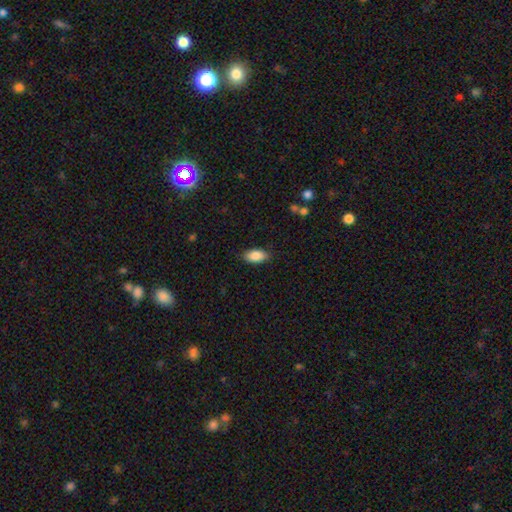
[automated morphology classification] A smooth galaxy with no disk features (88%) that is in between round and cigar-shaped (93%). Merging: none (85%).